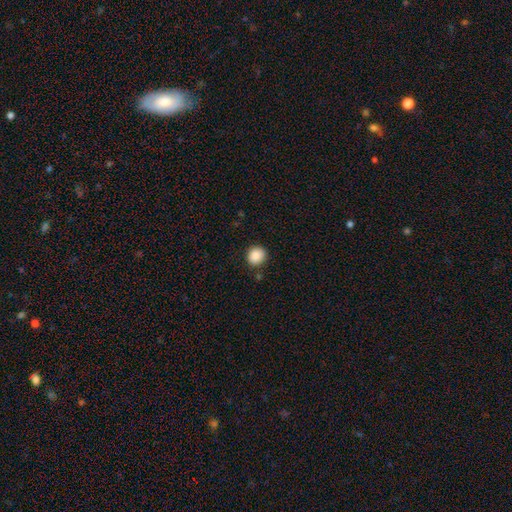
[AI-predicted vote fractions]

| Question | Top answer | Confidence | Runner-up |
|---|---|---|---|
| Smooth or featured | smooth | 88% | star or artifact (9%) |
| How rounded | round | 85% | in between (14%) |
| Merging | none | 87% | minor disturbance (8%) |